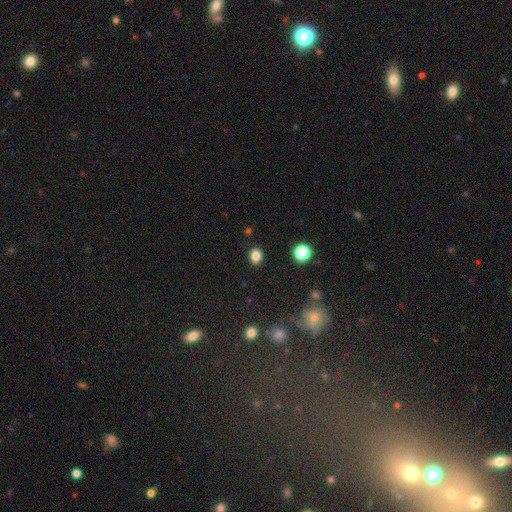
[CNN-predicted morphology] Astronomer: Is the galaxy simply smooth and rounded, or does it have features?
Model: smooth — 83%.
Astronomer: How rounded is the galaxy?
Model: in between — 54% (runner-up: round, 45%).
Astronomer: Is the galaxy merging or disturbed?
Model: none — 88%.